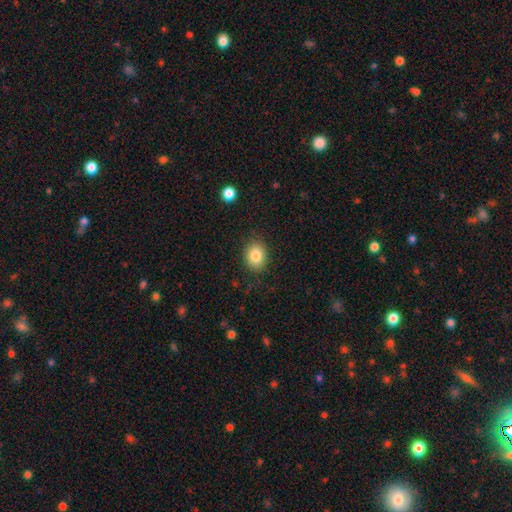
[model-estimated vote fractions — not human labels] smooth 84%, star or artifact 9%, featured or disk 7%. Down the decision tree: how rounded — in between (52%); merging — none (87%).